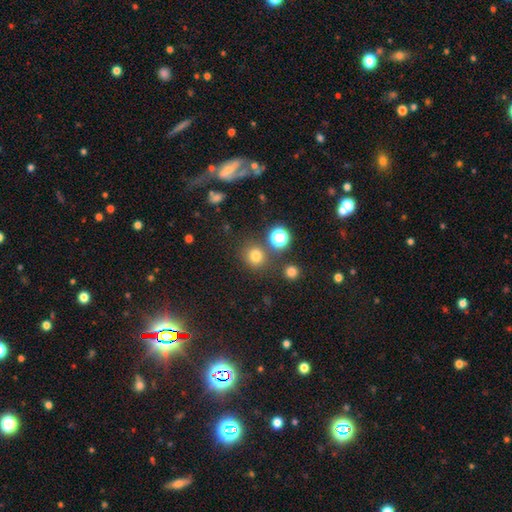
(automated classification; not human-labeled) This is likely a smooth galaxy (75%). How rounded: clearly round (87%). Merging: likely none (80%).